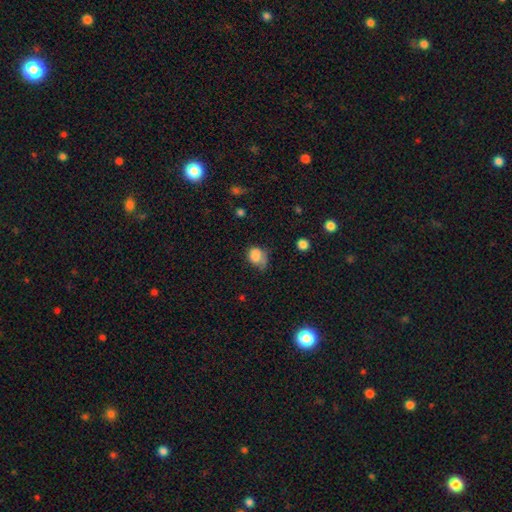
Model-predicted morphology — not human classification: smooth-or-featured: smooth: 78% | featured or disk: 12% | star or artifact: 10%
  how-rounded: in between: 56% | round: 43% | cigar-shaped: 1%
  merging: minor disturbance: 38% | none: 36% | major disturbance: 21% | merger: 4%